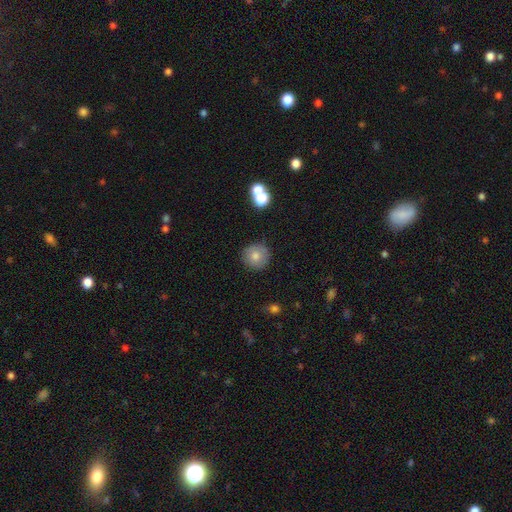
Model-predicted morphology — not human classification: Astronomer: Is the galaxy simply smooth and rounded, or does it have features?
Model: smooth — 77%.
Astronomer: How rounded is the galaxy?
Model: round — 94%.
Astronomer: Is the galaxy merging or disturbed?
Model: none — 86%.